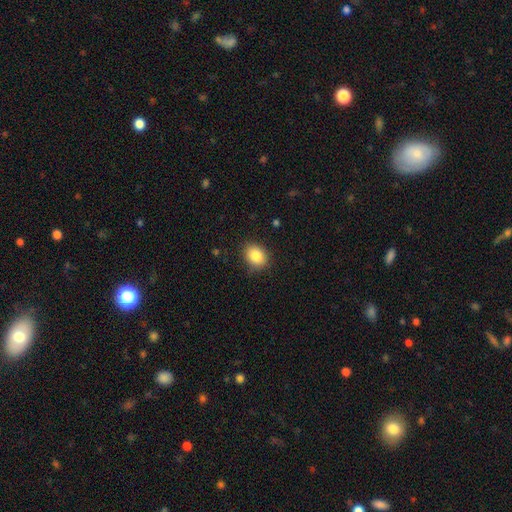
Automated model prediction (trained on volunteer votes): A smooth galaxy with no disk features (86%) that is in between round and cigar-shaped (53%). Merging: none (84%).